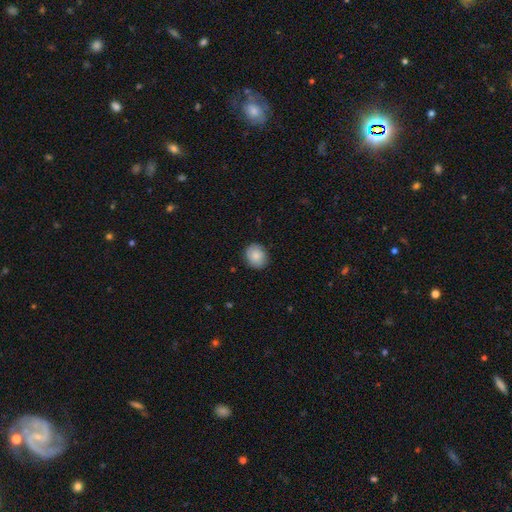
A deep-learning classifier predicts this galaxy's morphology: Q: Smooth or featured?
A: smooth (82%); runner-up: featured or disk (11%)
Q: How rounded?
A: round (71%); runner-up: in between (28%)
Q: Merging?
A: none (85%); runner-up: minor disturbance (12%)